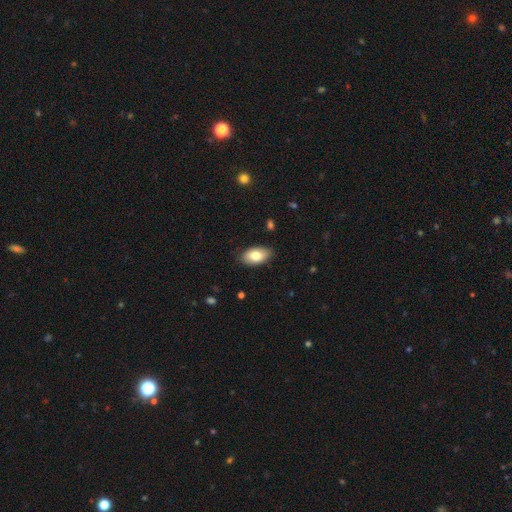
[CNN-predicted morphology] Overall: smooth (79%). How rounded: in between (93%). Merging: none (85%).